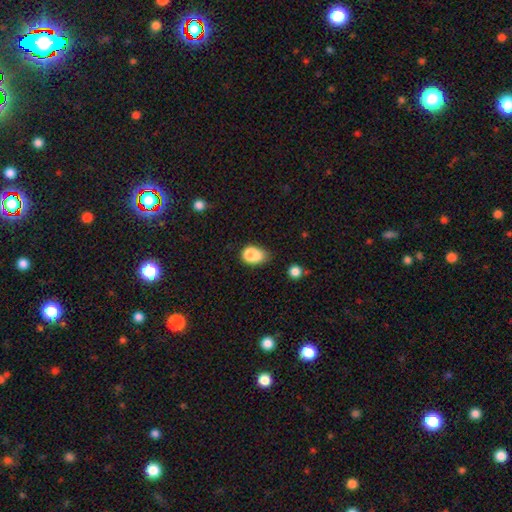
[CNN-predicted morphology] A smooth galaxy with no disk features (79%) that is in between round and cigar-shaped (73%).

Vote fractions:
- Smooth or featured? smooth: 79% / featured or disk: 11% / star or artifact: 10%
- How rounded? in between: 73% / round: 26% / cigar-shaped: 2%
- Merging? none: 38% / minor disturbance: 32% / merger: 19% / major disturbance: 11%